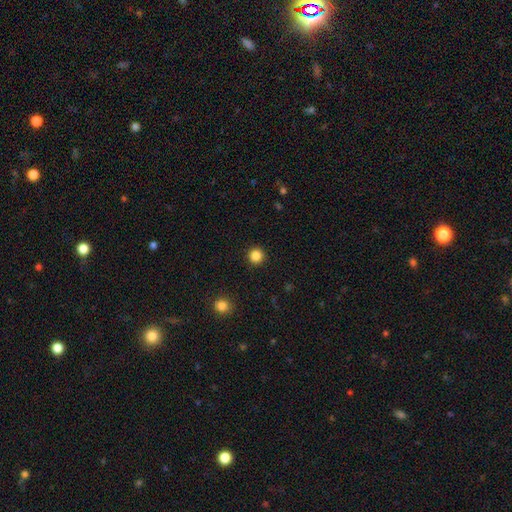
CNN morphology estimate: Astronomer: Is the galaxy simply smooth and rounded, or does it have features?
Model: smooth — 85%.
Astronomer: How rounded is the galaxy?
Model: round — 96%.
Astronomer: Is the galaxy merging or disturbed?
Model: none — 93%.